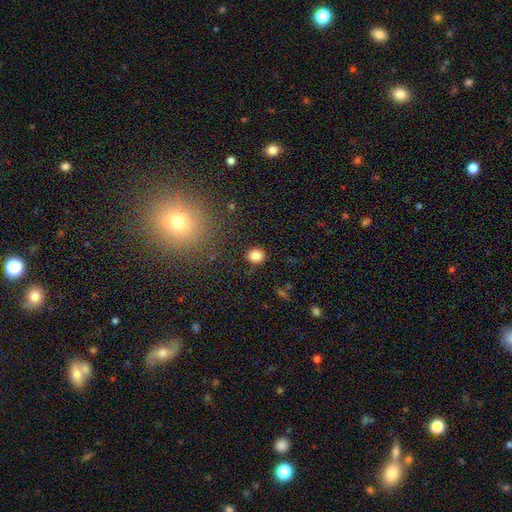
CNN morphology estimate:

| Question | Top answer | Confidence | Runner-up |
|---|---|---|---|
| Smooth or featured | smooth | 85% | star or artifact (11%) |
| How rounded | round | 78% | in between (21%) |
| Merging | none | 89% | minor disturbance (7%) |